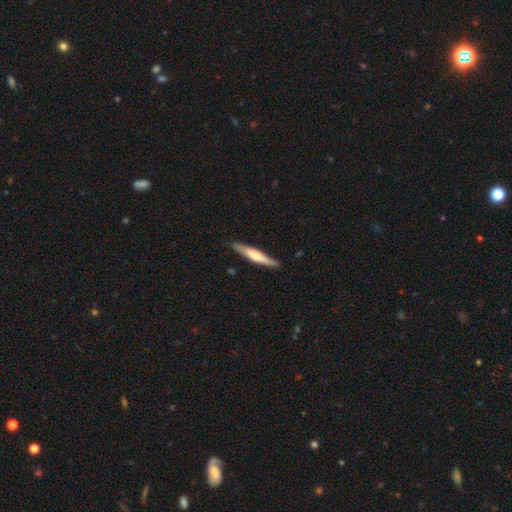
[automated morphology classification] A smooth galaxy with no disk features (52%) that is cigar-shaped (91%). Merging: none (86%).